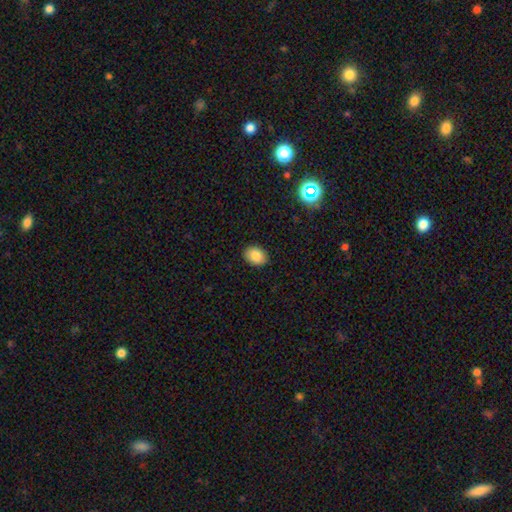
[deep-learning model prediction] smooth 85%, star or artifact 9%, featured or disk 5%. Down the decision tree: how rounded — in between (68%); merging — none (90%).